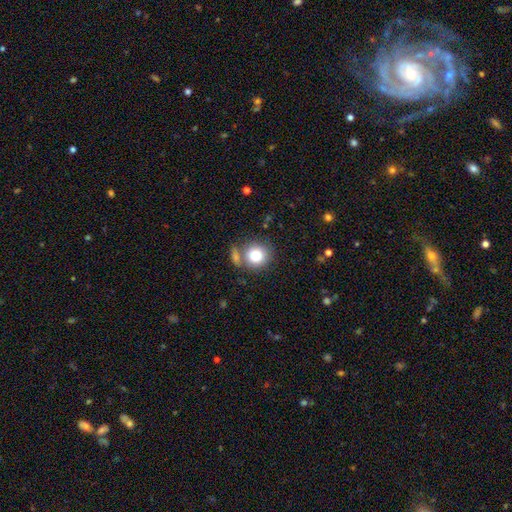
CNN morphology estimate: The model was most divided on "merging": none: 62%, merger: 20%, minor disturbance: 13%, major disturbance: 5%. More confident: how rounded — round (86%); smooth or featured — smooth (82%).